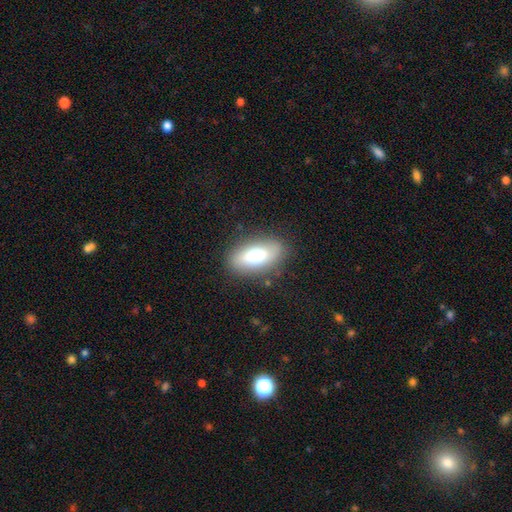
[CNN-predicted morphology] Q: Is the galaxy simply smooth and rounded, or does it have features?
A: smooth — 65%.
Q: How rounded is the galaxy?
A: in between — 85%.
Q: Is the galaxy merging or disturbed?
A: none — 85%.